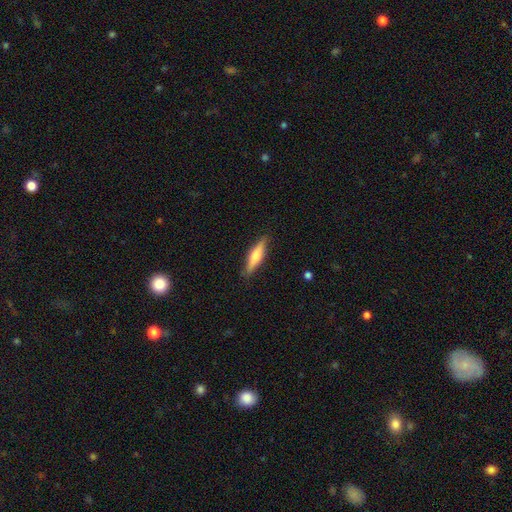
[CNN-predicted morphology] Smooth or featured? smooth (48%)
Merging? none (87%)